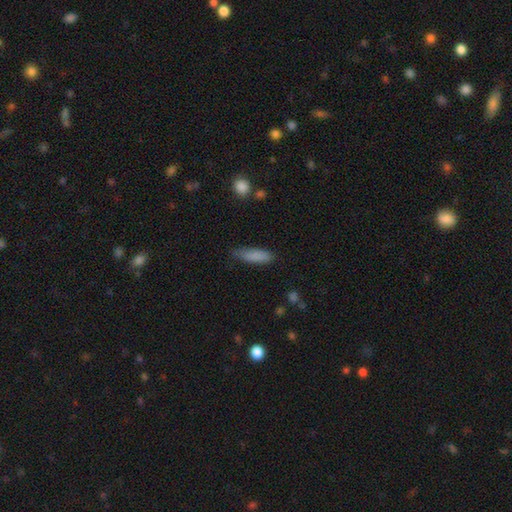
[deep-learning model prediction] smooth-or-featured: smooth: 85% | featured or disk: 8% | star or artifact: 7%
  how-rounded: cigar-shaped: 55% | in between: 43% | round: 2%
  merging: none: 70% | minor disturbance: 24% | major disturbance: 5% | merger: 2%